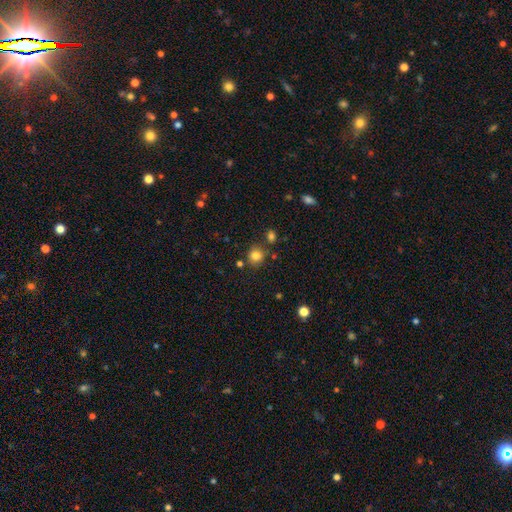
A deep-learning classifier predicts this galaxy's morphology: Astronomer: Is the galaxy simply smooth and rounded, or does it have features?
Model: smooth — 82%.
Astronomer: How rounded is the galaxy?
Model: round — 86%.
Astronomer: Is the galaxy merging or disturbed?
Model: none — 78%.